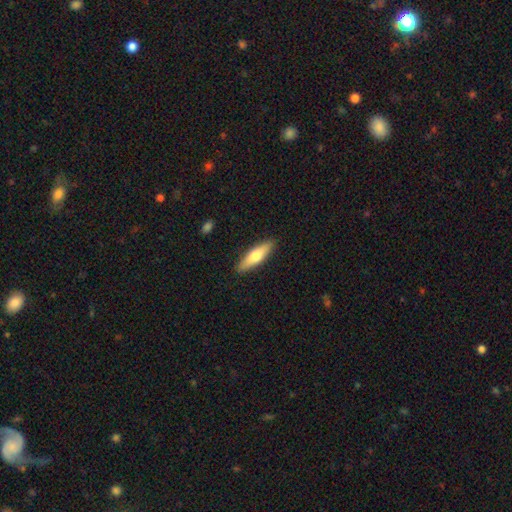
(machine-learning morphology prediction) smooth-or-featured: smooth: 63% | featured or disk: 31% | star or artifact: 5%
  how-rounded: cigar-shaped: 64% | in between: 34% | round: 2%
  merging: none: 90% | minor disturbance: 8% | major disturbance: 2% | merger: 1%